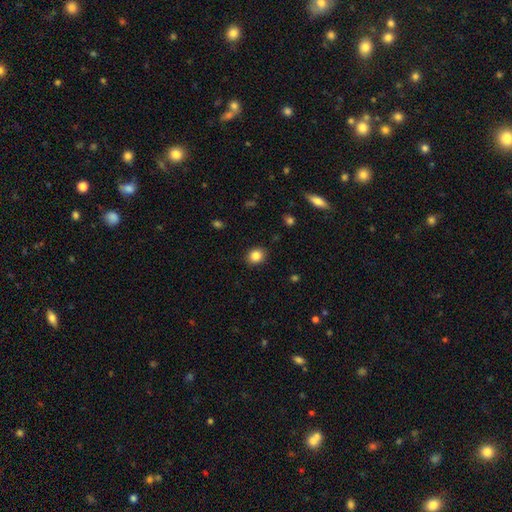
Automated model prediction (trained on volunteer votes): Smooth or featured?
  - smooth: 84% *
  - star or artifact: 10%
  - featured or disk: 5%
How rounded?
  - round: 70% *
  - in between: 29%
  - cigar-shaped: 1%
Merging?
  - none: 89% *
  - minor disturbance: 8%
  - major disturbance: 2%
  - merger: 1%